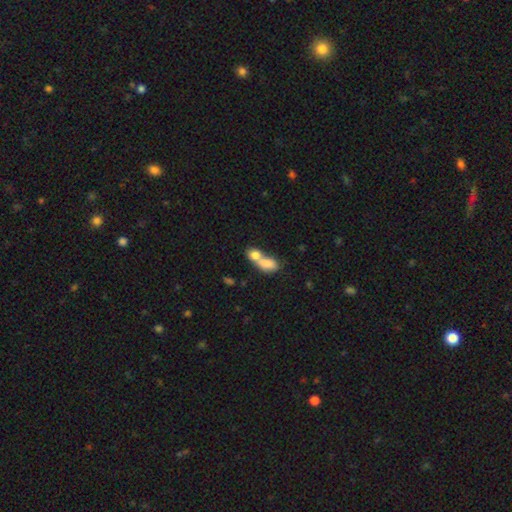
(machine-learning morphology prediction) smooth_or_featured: smooth (p=0.78) [alt: featured or disk p=0.14]
how_rounded: in between (p=0.70) [alt: round p=0.25]
merging: merger (p=0.77) [alt: none p=0.15]